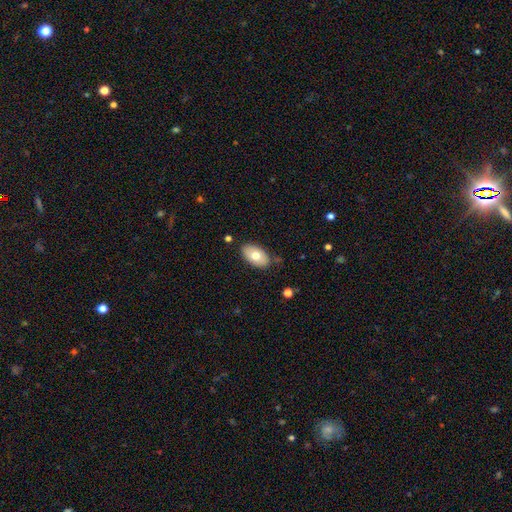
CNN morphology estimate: smooth-or-featured: smooth: 74% | featured or disk: 20% | star or artifact: 6%
  how-rounded: in between: 94% | round: 5% | cigar-shaped: 1%
  merging: none: 82% | minor disturbance: 13% | major disturbance: 3% | merger: 2%